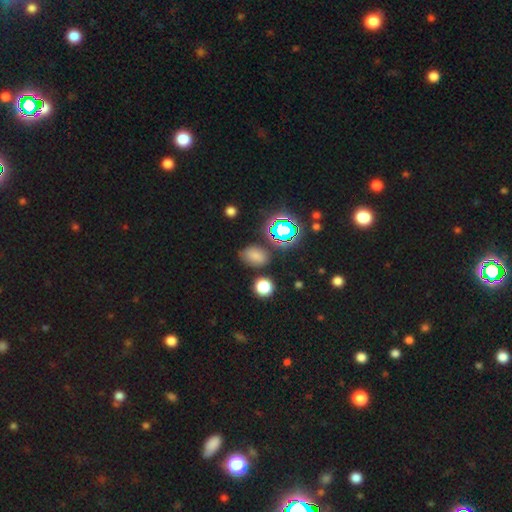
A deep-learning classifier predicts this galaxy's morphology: Smooth or featured? smooth (64%)
How rounded? in between (79%)
Merging? none (75%)